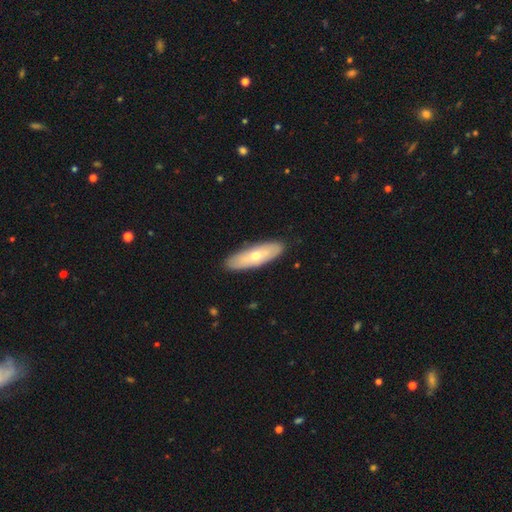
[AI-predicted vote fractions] The model was most divided on "how rounded": in between: 53%, cigar-shaped: 45%, round: 3%. More confident: merging — none (88%); smooth or featured — smooth (53%).